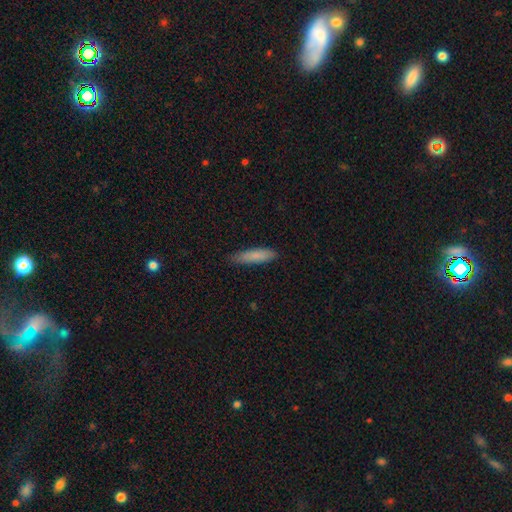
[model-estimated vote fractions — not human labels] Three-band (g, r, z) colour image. It shows a smooth galaxy with no disk features (84%) that is cigar-shaped (74%). Merging: none (84%).